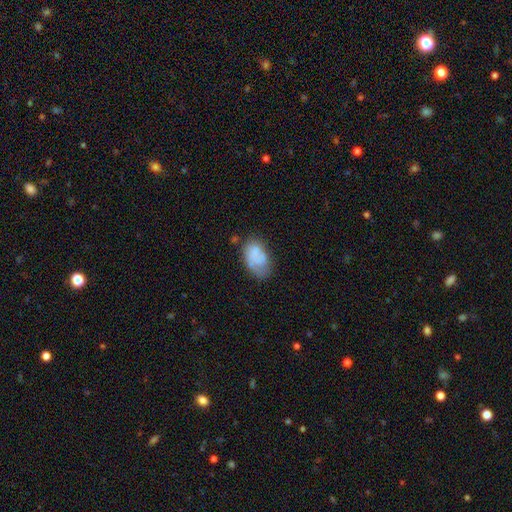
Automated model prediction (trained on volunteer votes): The model was most divided on "merging": none: 43%, minor disturbance: 28%, major disturbance: 18%, merger: 11%. More confident: how rounded — in between (88%); smooth or featured — smooth (56%).